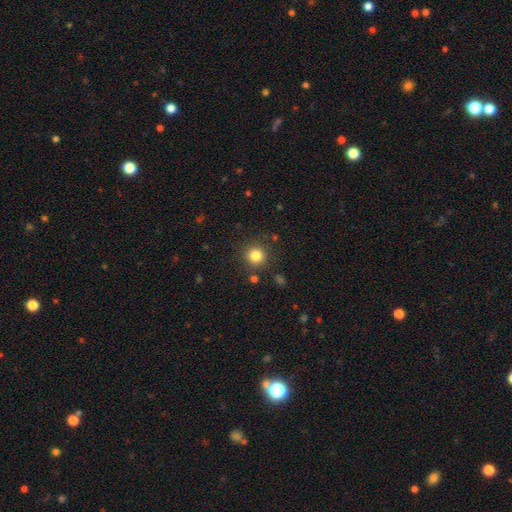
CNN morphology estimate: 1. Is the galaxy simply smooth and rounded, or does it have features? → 83% smooth, 12% star or artifact, 5% featured or disk.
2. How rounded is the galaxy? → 93% round, 6% in between, 1% cigar-shaped.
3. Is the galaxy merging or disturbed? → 87% none, 7% minor disturbance, 3% major disturbance, 3% merger.